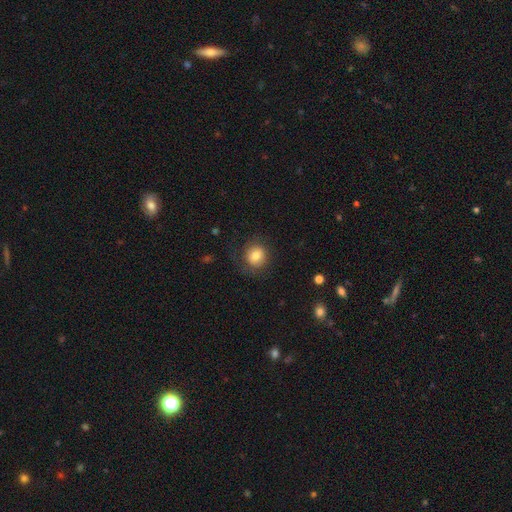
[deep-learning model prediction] This appears to be a smooth galaxy with no disk features (79%) that is round (81%). Merging: none (75%).